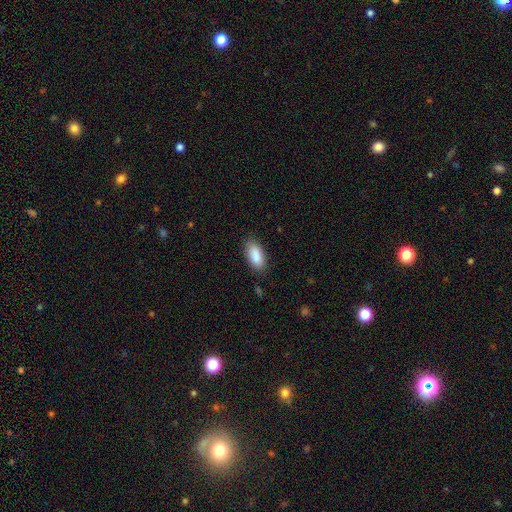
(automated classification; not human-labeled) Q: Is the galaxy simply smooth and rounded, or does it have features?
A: smooth — 89%.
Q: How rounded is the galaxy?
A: in between — 89%.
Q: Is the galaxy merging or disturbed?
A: none — 83%.